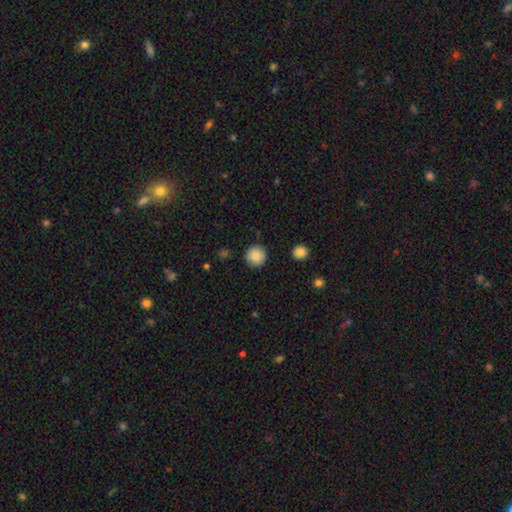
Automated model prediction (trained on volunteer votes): Smooth or featured?
  - smooth: 87% *
  - star or artifact: 9%
  - featured or disk: 4%
How rounded?
  - round: 94% *
  - in between: 5%
  - cigar-shaped: 1%
Merging?
  - none: 89% *
  - minor disturbance: 8%
  - major disturbance: 2%
  - merger: 1%